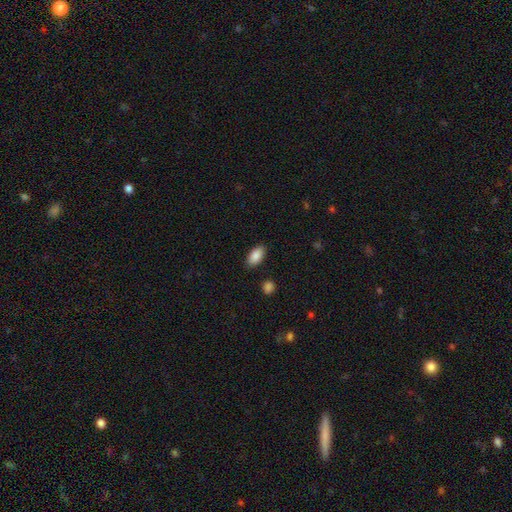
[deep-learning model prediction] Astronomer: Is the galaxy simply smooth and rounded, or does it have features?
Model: smooth — 88%.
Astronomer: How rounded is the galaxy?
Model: in between — 92%.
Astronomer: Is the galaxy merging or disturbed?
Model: none — 87%.